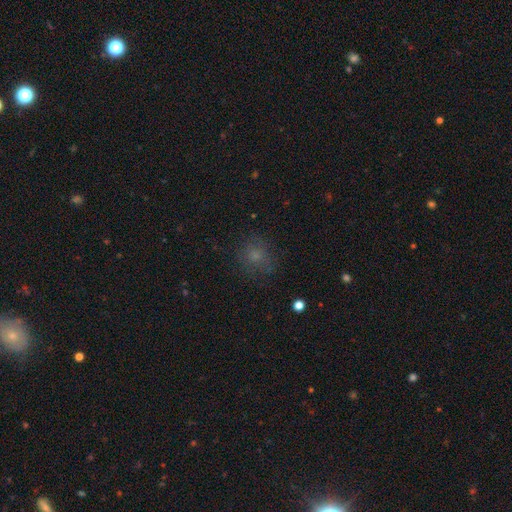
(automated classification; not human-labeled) Smooth or featured? Predicted: smooth (p=0.70). How rounded? Predicted: round (p=0.80). Merging? Predicted: none (p=0.75).